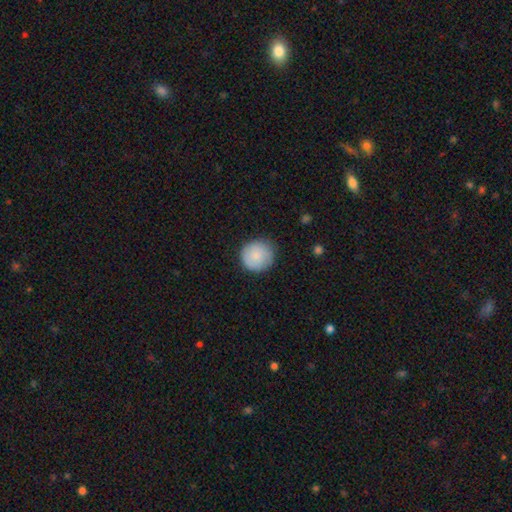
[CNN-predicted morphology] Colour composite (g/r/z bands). It shows a smooth galaxy with no disk features (81%) that is round (93%). Merging: none (82%).